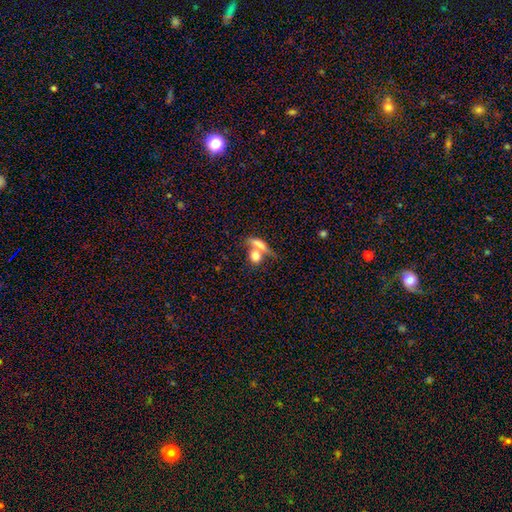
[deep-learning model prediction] A smooth galaxy with no disk features (76%) that is round (44%). Merging: merger (54%).